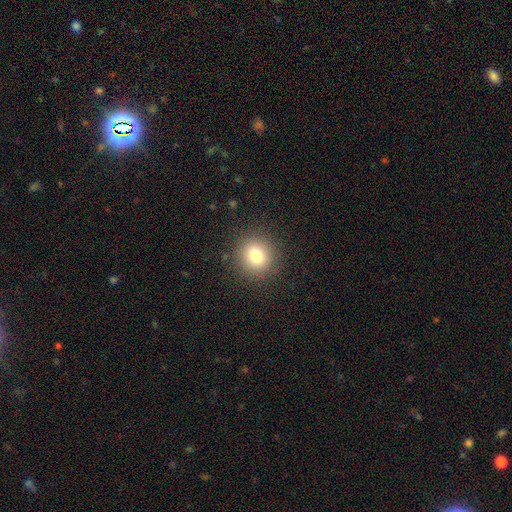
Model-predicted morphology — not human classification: smooth-or-featured: smooth: 79% | star or artifact: 12% | featured or disk: 8%
  how-rounded: round: 89% | in between: 10% | cigar-shaped: 1%
  merging: none: 89% | minor disturbance: 7% | major disturbance: 3% | merger: 1%